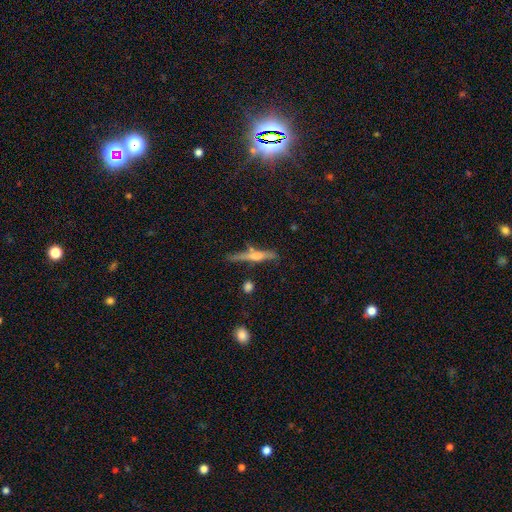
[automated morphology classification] featured or disk 60%, smooth 32%, star or artifact 8%. Down the decision tree: edge-on disk — yes (96%); edge-on bulge — rounded (74%); merging — none (73%).